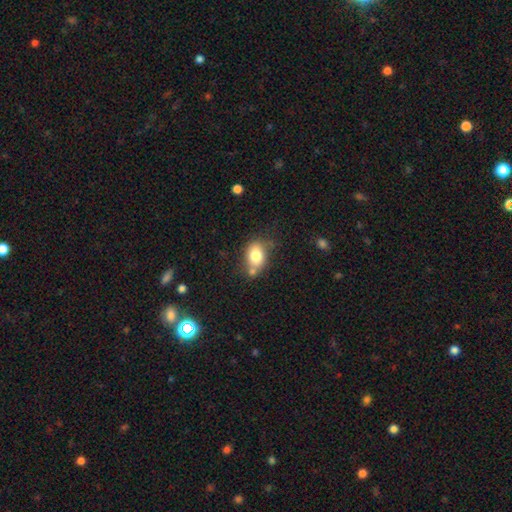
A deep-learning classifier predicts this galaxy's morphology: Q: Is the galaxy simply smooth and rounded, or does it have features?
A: smooth — 79%.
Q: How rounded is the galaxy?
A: in between — 74%.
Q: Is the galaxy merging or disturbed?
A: none — 57%.